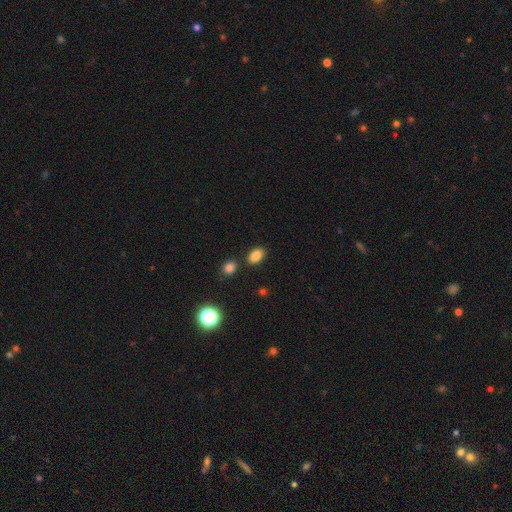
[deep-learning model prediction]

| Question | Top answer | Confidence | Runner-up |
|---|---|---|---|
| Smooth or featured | smooth | 84% | star or artifact (11%) |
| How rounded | in between | 86% | round (13%) |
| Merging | none | 80% | minor disturbance (10%) |